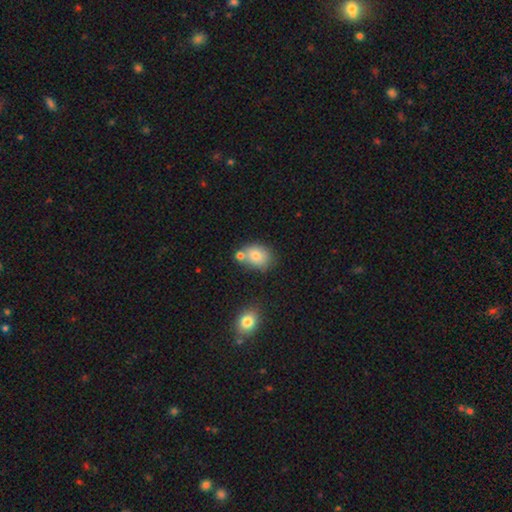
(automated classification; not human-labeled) This is clearly a smooth galaxy (80%). How rounded: likely in between (67%). Merging: possibly none (57%).